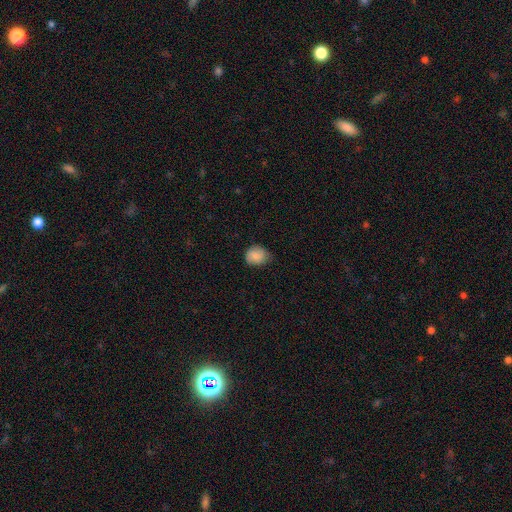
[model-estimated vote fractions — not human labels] Smooth or featured? Predicted: smooth (p=0.83). How rounded? Predicted: round (p=0.63). Merging? Predicted: none (p=0.66).